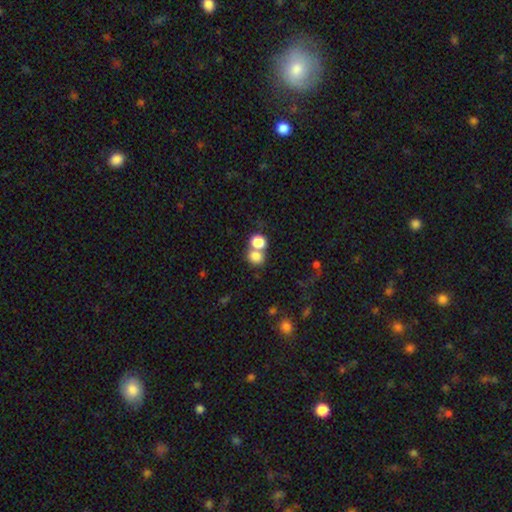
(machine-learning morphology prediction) Smooth or featured?
  - smooth: 79% *
  - star or artifact: 12%
  - featured or disk: 9%
How rounded?
  - round: 68% *
  - in between: 31%
  - cigar-shaped: 1%
Merging?
  - merger: 50% *
  - none: 39%
  - minor disturbance: 7%
  - major disturbance: 4%